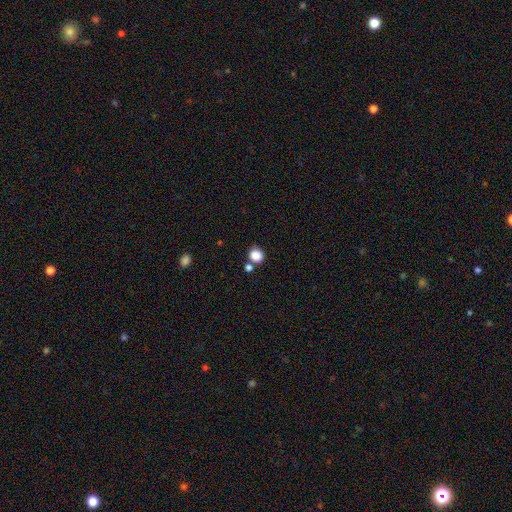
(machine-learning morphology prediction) Smooth or featured?
  - smooth: 85% *
  - star or artifact: 11%
  - featured or disk: 4%
How rounded?
  - round: 83% *
  - in between: 16%
  - cigar-shaped: 1%
Merging?
  - none: 71% *
  - merger: 16%
  - minor disturbance: 10%
  - major disturbance: 3%